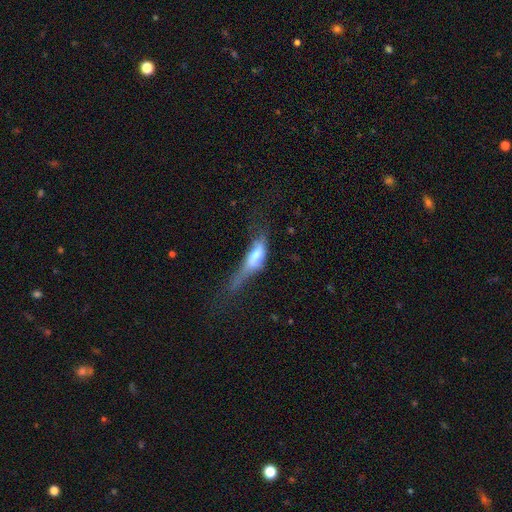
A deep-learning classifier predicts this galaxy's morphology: This is possibly a smooth galaxy (55%). How rounded: possibly in between (50%). Merging: possibly major disturbance (47%).